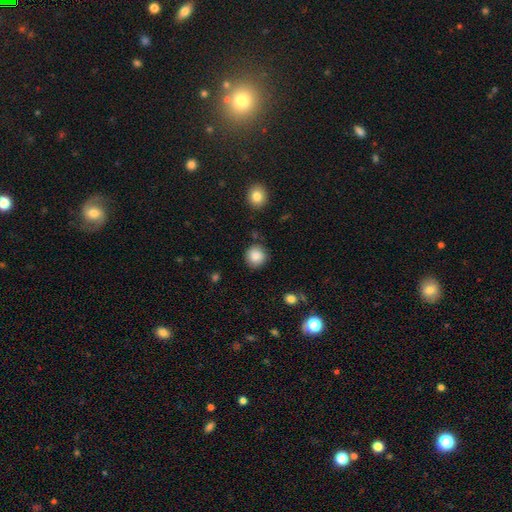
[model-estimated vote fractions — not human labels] Q: Smooth or featured?
A: smooth (87%); runner-up: star or artifact (8%)
Q: How rounded?
A: round (90%); runner-up: in between (9%)
Q: Merging?
A: none (82%); runner-up: minor disturbance (12%)